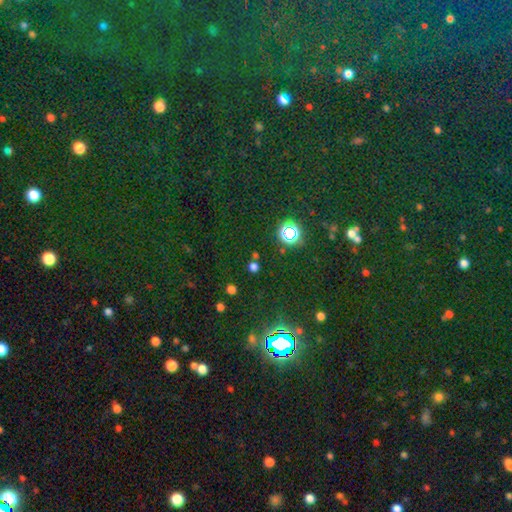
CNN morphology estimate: Smooth or featured? Predicted: star or artifact (p=0.68).